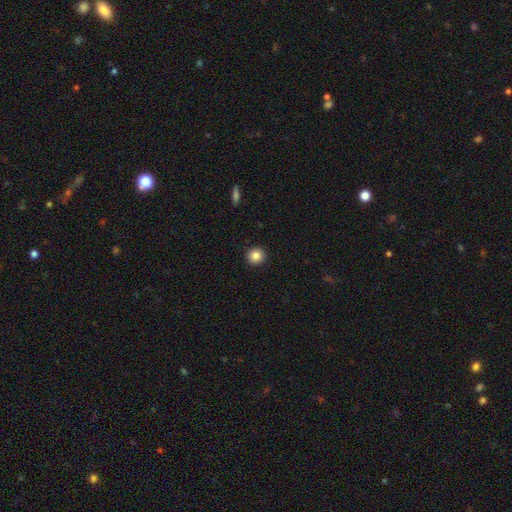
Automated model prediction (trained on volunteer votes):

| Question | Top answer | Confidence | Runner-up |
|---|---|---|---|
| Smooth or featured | smooth | 84% | star or artifact (10%) |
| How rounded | round | 94% | in between (5%) |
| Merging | none | 93% | minor disturbance (4%) |